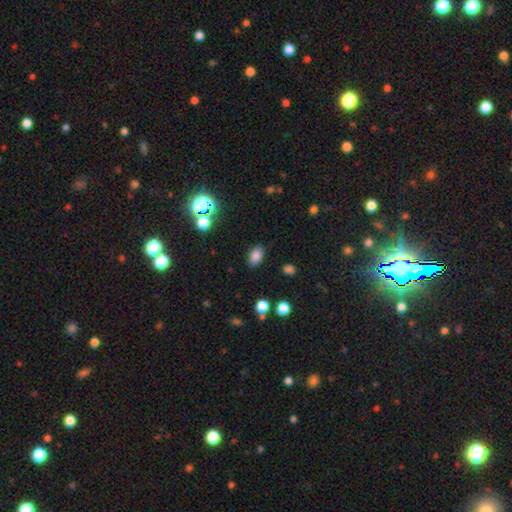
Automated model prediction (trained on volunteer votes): This is clearly a smooth galaxy (82%). How rounded: clearly in between (87%). Merging: clearly none (86%).